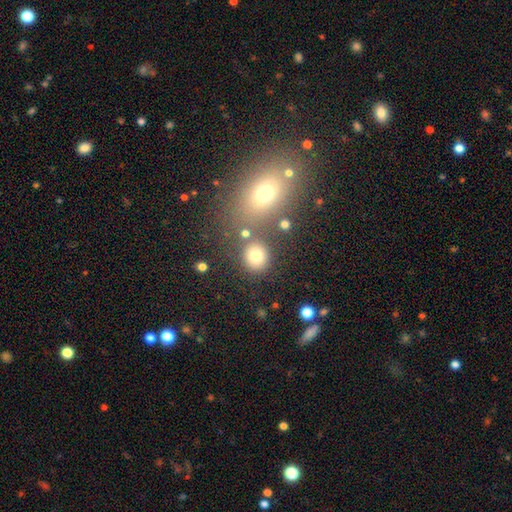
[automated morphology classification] Q: Smooth or featured?
A: smooth (77%); runner-up: star or artifact (15%)
Q: How rounded?
A: round (81%); runner-up: in between (18%)
Q: Merging?
A: none (76%); runner-up: merger (10%)